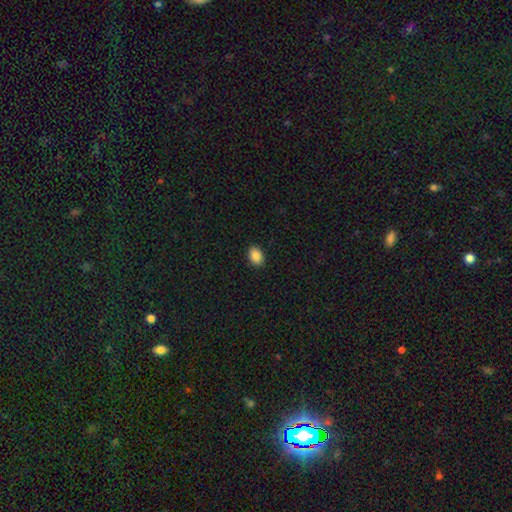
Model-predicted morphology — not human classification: This is clearly a smooth galaxy (89%). How rounded: clearly in between (81%). Merging: clearly none (90%).